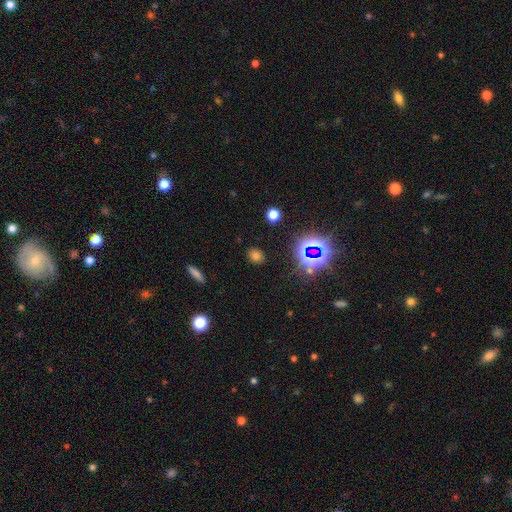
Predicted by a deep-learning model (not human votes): This is likely a smooth galaxy (65%). How rounded: possibly round (54%). Merging: clearly none (85%).